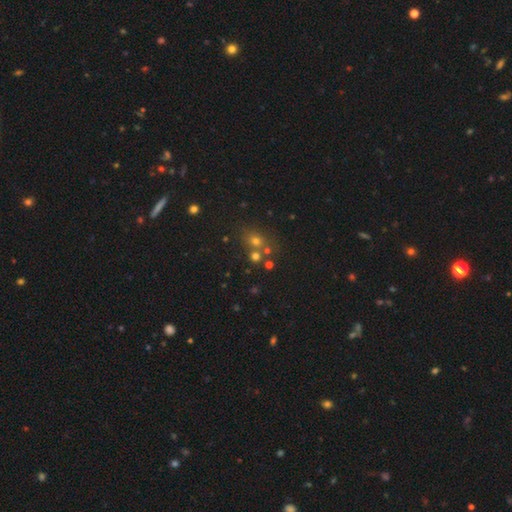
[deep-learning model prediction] The model was most divided on "smooth or featured": smooth: 59%, star or artifact: 29%, featured or disk: 12%. More confident: how rounded — round (76%); merging — none (59%).